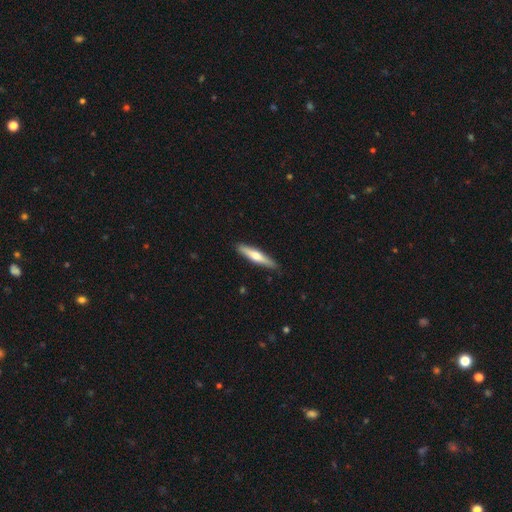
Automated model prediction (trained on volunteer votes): The model was most divided on "smooth or featured": smooth: 48%, featured or disk: 47%, star or artifact: 5%. More confident: merging — none (89%).